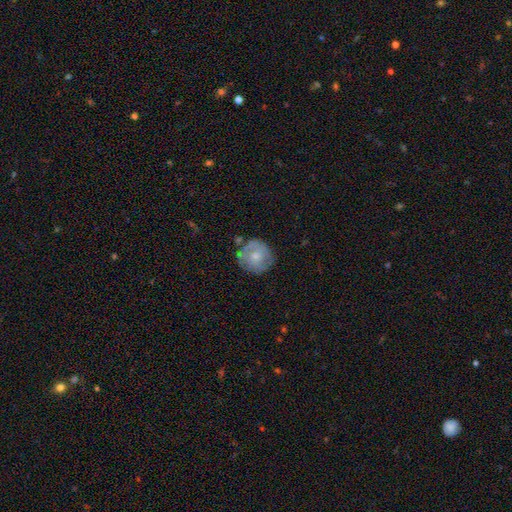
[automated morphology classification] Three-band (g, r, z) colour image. It shows a smooth galaxy with no disk features (49%). Merging: none (72%).